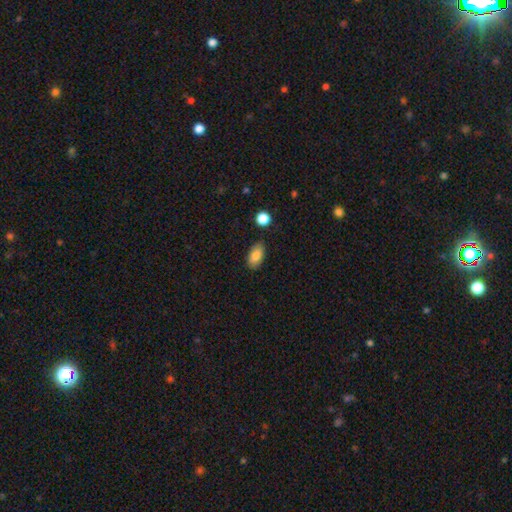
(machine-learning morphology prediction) Smooth or featured?
  - smooth: 84% *
  - featured or disk: 8%
  - star or artifact: 8%
How rounded?
  - in between: 92% *
  - round: 6%
  - cigar-shaped: 3%
Merging?
  - none: 84% *
  - minor disturbance: 11%
  - major disturbance: 2%
  - merger: 2%